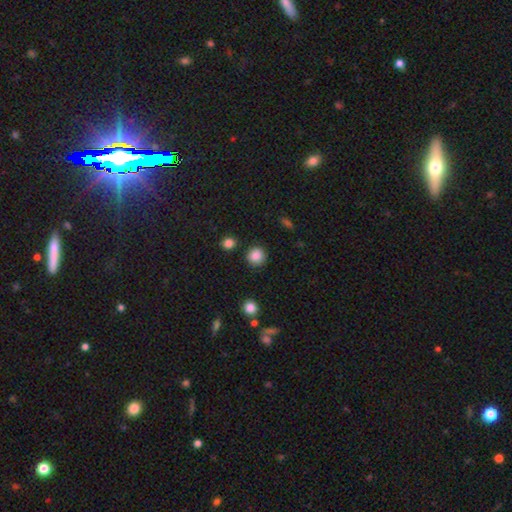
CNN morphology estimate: This appears to be a smooth galaxy with no disk features (86%) that is round (92%). Merging: none (88%).